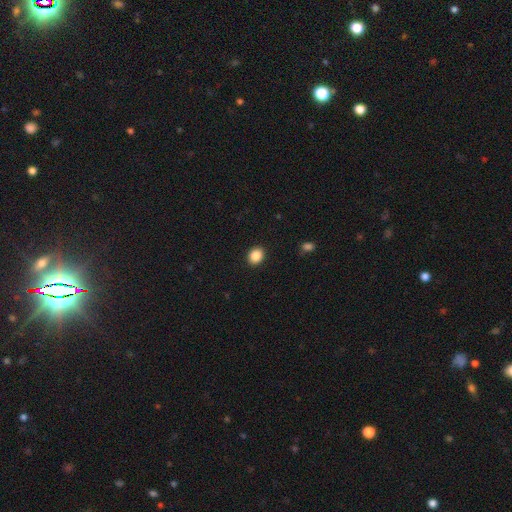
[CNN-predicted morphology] A smooth galaxy with no disk features (88%) that is round (57%).

Vote fractions:
- Smooth or featured? smooth: 88% / star or artifact: 9% / featured or disk: 3%
- How rounded? round: 57% / in between: 42% / cigar-shaped: 1%
- Merging? none: 91% / minor disturbance: 6% / major disturbance: 2% / merger: 1%